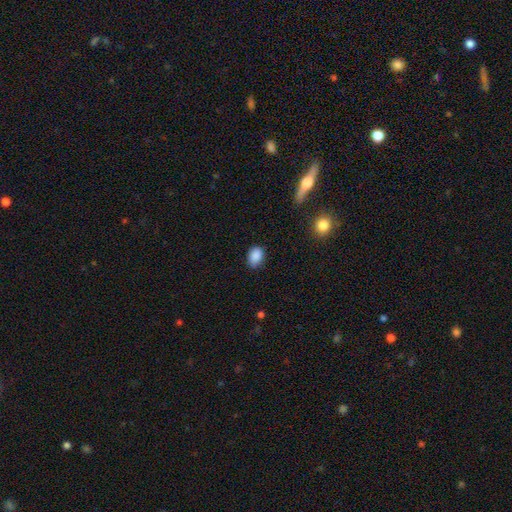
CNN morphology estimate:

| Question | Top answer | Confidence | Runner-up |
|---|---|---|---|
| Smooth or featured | smooth | 88% | star or artifact (8%) |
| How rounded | in between | 73% | round (26%) |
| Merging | none | 79% | minor disturbance (17%) |